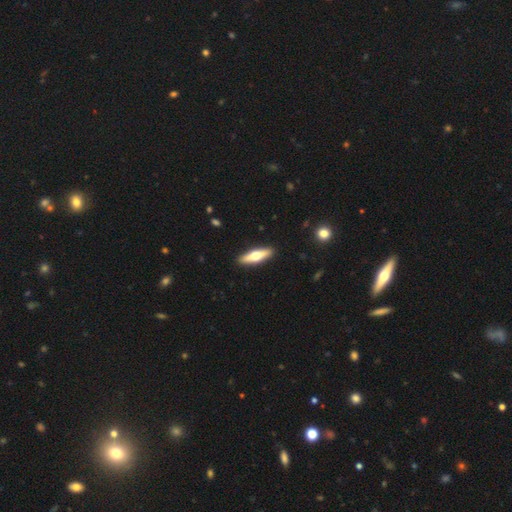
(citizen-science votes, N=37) This appears to be a featured or disk galaxy (65%) viewed edge-on (96%) with a rounded central bulge (91%). Merging: none (92%).